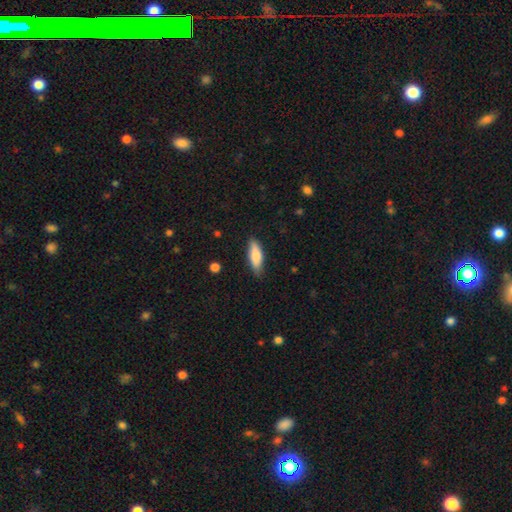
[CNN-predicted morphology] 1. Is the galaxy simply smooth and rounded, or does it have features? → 80% smooth, 14% featured or disk, 6% star or artifact.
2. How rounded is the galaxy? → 55% in between, 43% cigar-shaped, 2% round.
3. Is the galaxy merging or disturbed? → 83% none, 13% minor disturbance, 2% major disturbance, 1% merger.